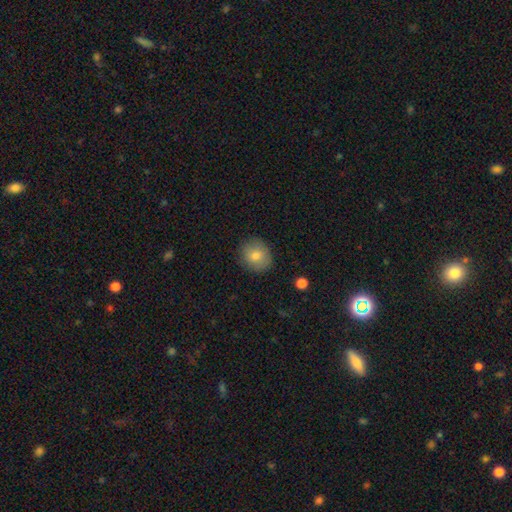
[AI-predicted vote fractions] Smooth or featured: smooth — 78% (featured or disk — 13%)
How rounded: round — 79% (in between — 20%)
Merging: none — 85% (minor disturbance — 11%)